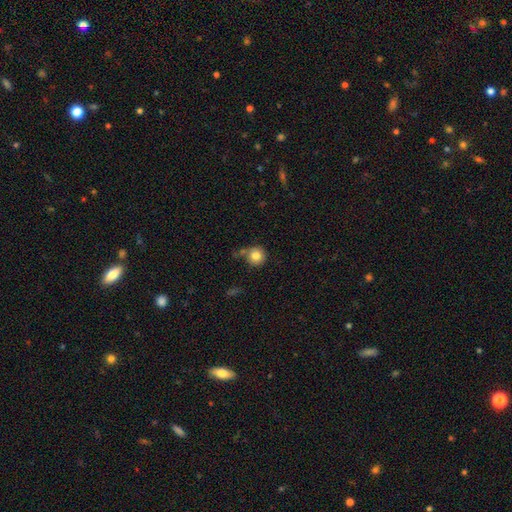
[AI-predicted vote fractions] Smooth or featured? smooth (82%)
How rounded? round (93%)
Merging? none (68%)